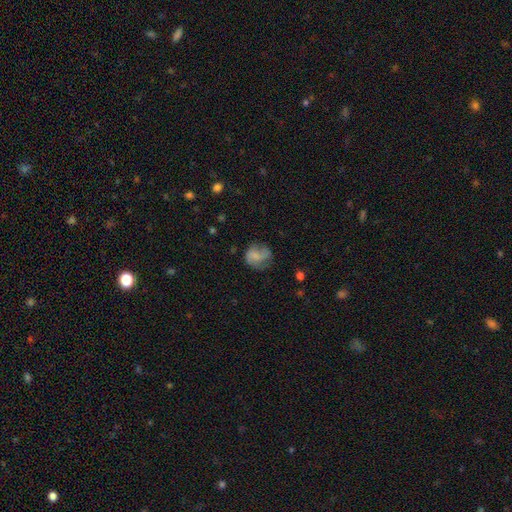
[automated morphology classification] Smooth or featured: smooth — 55% (featured or disk — 35%)
How rounded: round — 64% (in between — 35%)
Merging: none — 48% (minor disturbance — 27%)